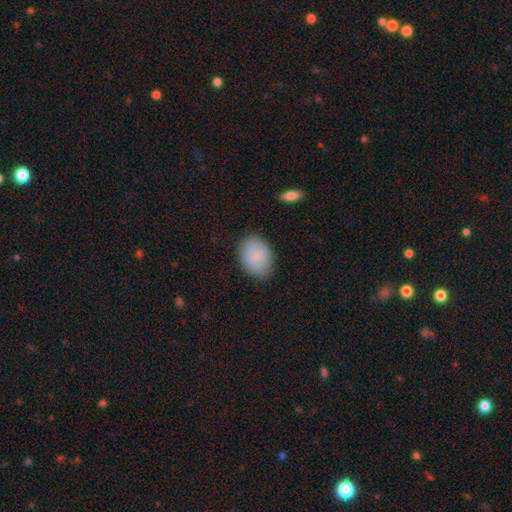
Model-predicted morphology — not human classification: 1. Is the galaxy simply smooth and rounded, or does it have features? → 88% smooth, 6% star or artifact, 6% featured or disk.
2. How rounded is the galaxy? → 78% in between, 21% round, 1% cigar-shaped.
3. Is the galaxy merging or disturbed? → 84% none, 12% minor disturbance, 3% major disturbance, 1% merger.